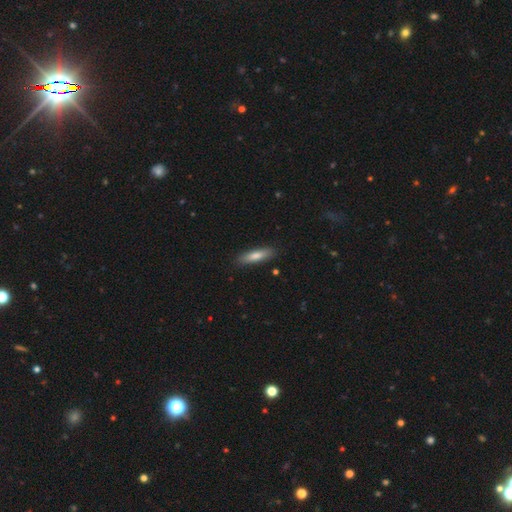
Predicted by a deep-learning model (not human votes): smooth_or_featured: smooth (p=0.72) [alt: featured or disk p=0.20]
how_rounded: cigar-shaped (p=0.74) [alt: in between p=0.24]
merging: none (p=0.88) [alt: minor disturbance p=0.09]